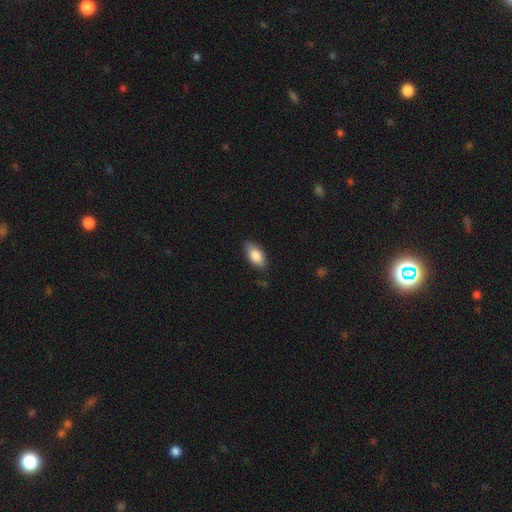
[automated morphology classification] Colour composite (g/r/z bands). It shows a smooth galaxy with no disk features (83%) that is in between round and cigar-shaped (91%). Merging: none (81%).